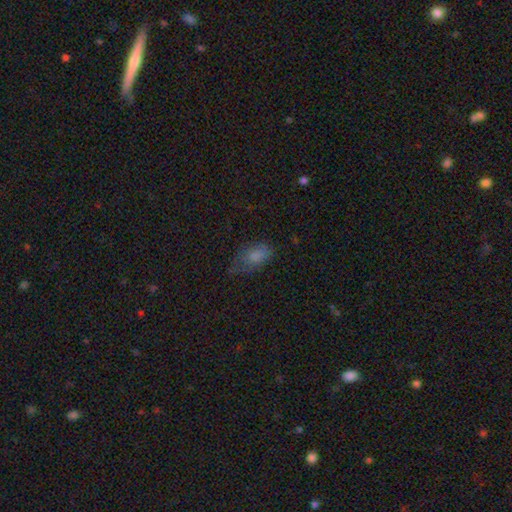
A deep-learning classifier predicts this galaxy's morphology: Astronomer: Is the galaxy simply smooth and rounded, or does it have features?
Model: smooth — 77%.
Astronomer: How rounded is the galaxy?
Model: in between — 88%.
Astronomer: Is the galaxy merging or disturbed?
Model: none — 51% (runner-up: minor disturbance, 33%).